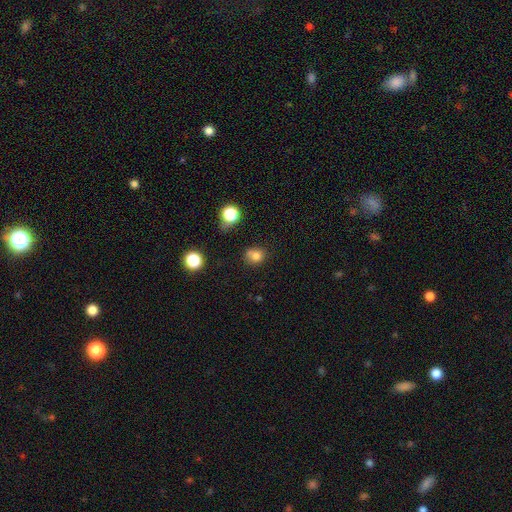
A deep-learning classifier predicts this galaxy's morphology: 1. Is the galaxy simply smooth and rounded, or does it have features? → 79% smooth, 14% star or artifact, 8% featured or disk.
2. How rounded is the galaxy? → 69% round, 30% in between, 1% cigar-shaped.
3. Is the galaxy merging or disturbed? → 60% none, 23% minor disturbance, 11% merger, 7% major disturbance.